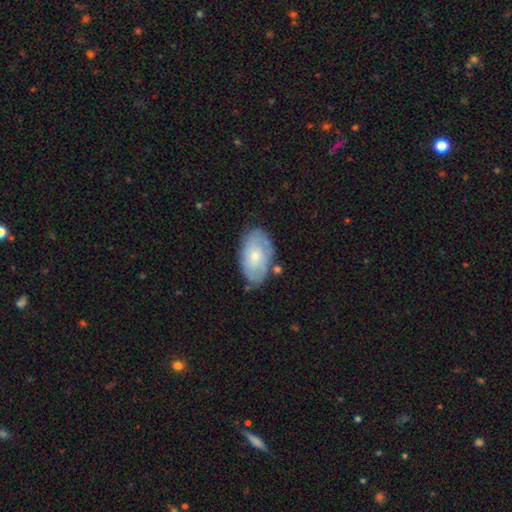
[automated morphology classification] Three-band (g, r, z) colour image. It shows a smooth galaxy with no disk features (54%) that is in between round and cigar-shaped (93%). Merging: none (69%).